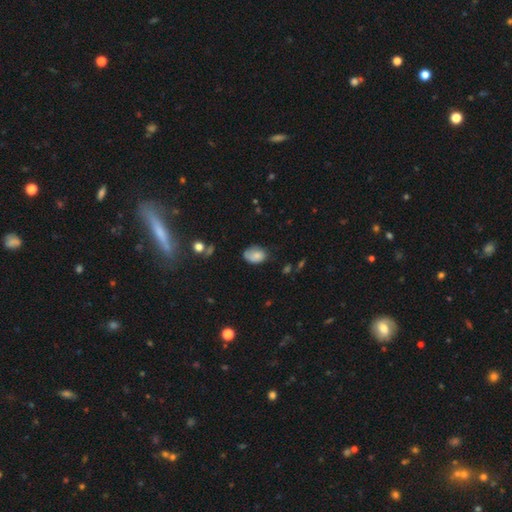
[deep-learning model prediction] smooth-or-featured: smooth: 74% | featured or disk: 17% | star or artifact: 9%
  how-rounded: in between: 81% | round: 18% | cigar-shaped: 1%
  merging: none: 54% | minor disturbance: 32% | major disturbance: 12% | merger: 3%